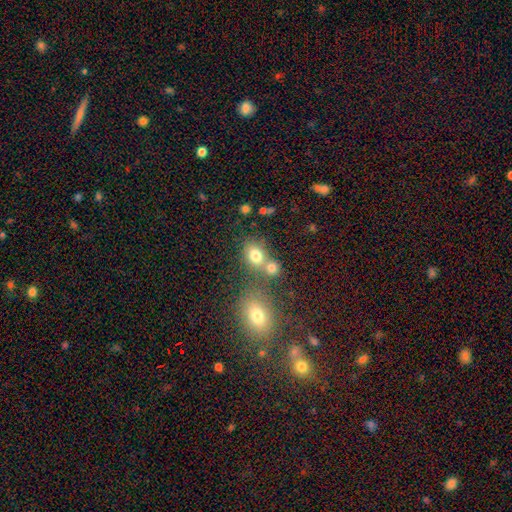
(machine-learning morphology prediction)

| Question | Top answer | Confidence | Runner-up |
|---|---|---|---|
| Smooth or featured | smooth | 77% | star or artifact (13%) |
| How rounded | in between | 55% | round (43%) |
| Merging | none | 46% | merger (38%) |